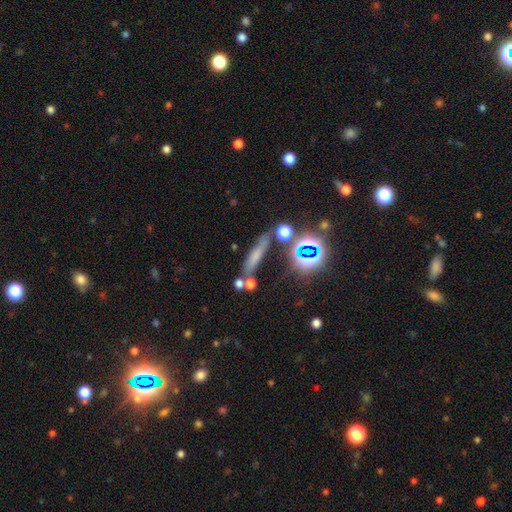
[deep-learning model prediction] Q: Smooth or featured?
A: smooth (50%); runner-up: star or artifact (30%)
Q: How rounded?
A: cigar-shaped (70%); runner-up: in between (18%)
Q: Merging?
A: none (67%); runner-up: minor disturbance (15%)